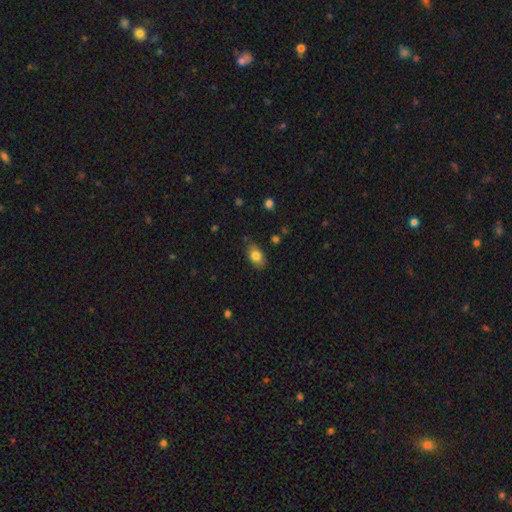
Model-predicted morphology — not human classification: Smooth or featured? Predicted: smooth (p=0.82). How rounded? Predicted: in between (p=0.87). Merging? Predicted: none (p=0.79).